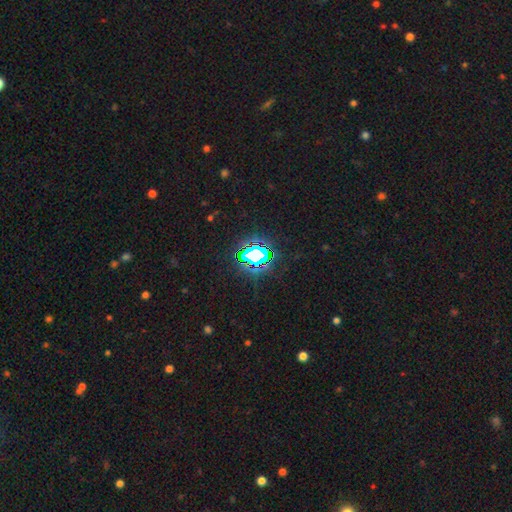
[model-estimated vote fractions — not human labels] Morphology: type=star or artifact (73%).